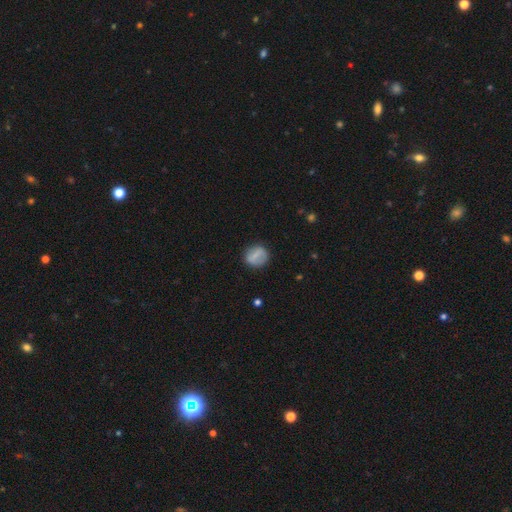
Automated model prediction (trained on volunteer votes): Q: Smooth or featured?
A: smooth (61%); runner-up: featured or disk (31%)
Q: How rounded?
A: round (70%); runner-up: in between (28%)
Q: Merging?
A: none (83%); runner-up: minor disturbance (11%)